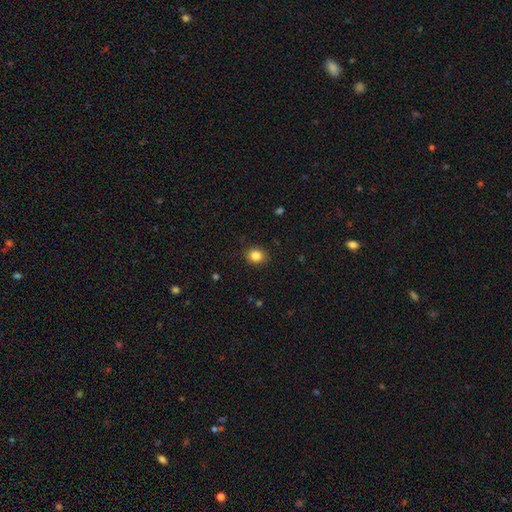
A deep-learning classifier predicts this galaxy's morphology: Smooth or featured? Predicted: smooth (p=0.85). How rounded? Predicted: round (p=0.63). Merging? Predicted: none (p=0.89).